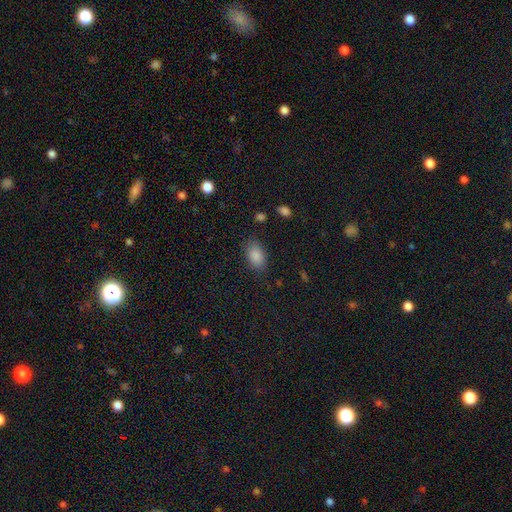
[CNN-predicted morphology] Smooth or featured? smooth (87%)
How rounded? in between (91%)
Merging? none (81%)